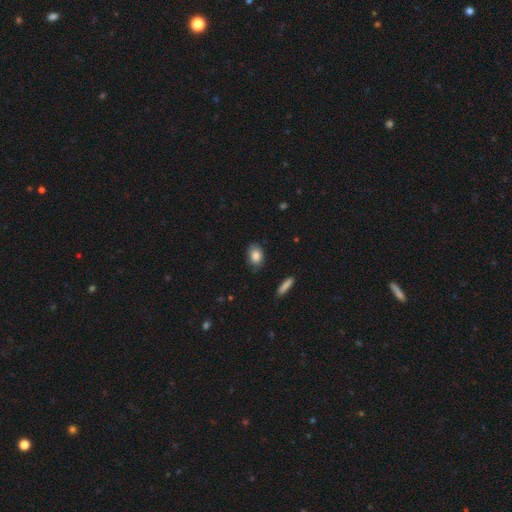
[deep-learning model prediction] smooth-or-featured: smooth: 84% | featured or disk: 9% | star or artifact: 7%
  how-rounded: in between: 80% | round: 18% | cigar-shaped: 2%
  merging: none: 80% | minor disturbance: 16% | major disturbance: 3% | merger: 1%